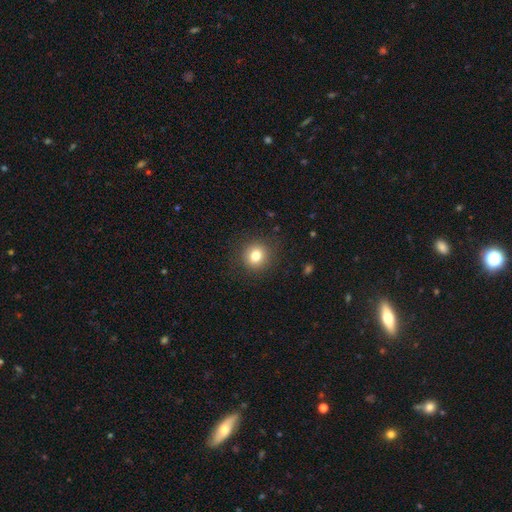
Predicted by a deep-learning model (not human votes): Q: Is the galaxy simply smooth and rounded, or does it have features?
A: smooth — 81%.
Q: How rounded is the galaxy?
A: round — 90%.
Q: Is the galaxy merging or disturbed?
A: none — 89%.